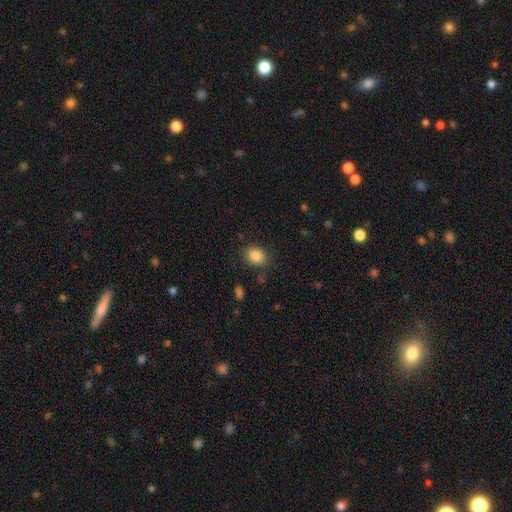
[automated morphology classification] Smooth or featured?
  - smooth: 87% *
  - star or artifact: 9%
  - featured or disk: 4%
How rounded?
  - in between: 51% *
  - round: 48%
  - cigar-shaped: 1%
Merging?
  - none: 81% *
  - minor disturbance: 13%
  - major disturbance: 4%
  - merger: 2%